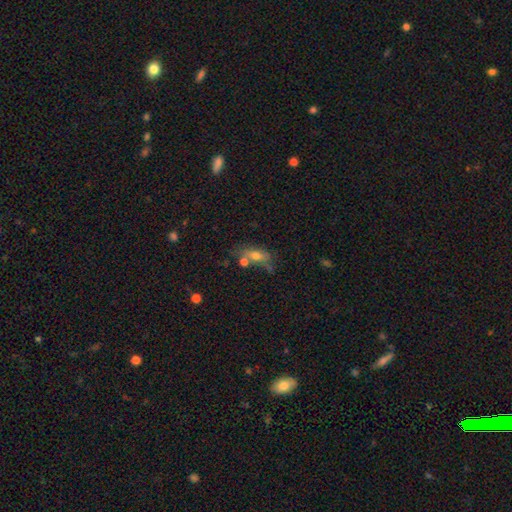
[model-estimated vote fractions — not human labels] This is possibly a smooth galaxy (57%). How rounded: likely in between (71%). Merging: marginally none (36%).